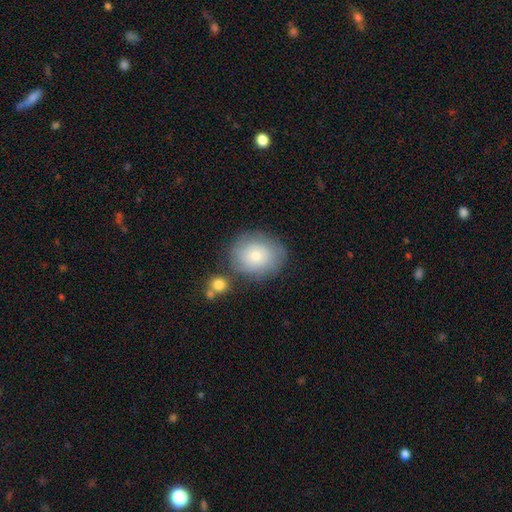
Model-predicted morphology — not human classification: This appears to be a smooth galaxy with no disk features (71%) that is round (75%). Merging: none (71%).